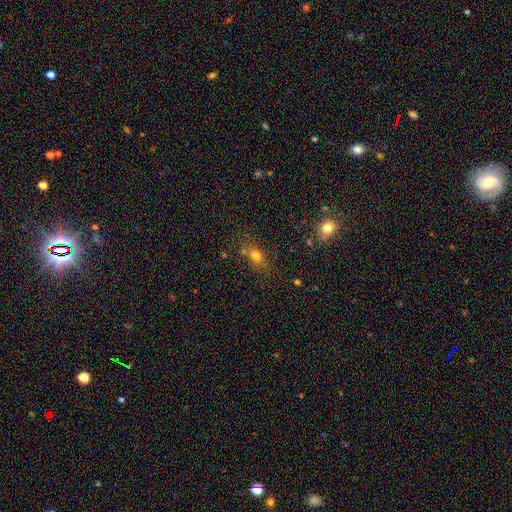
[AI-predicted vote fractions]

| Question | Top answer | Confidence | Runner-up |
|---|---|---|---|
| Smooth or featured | smooth | 71% | star or artifact (18%) |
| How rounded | in between | 57% | round (38%) |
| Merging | none | 62% | minor disturbance (16%) |